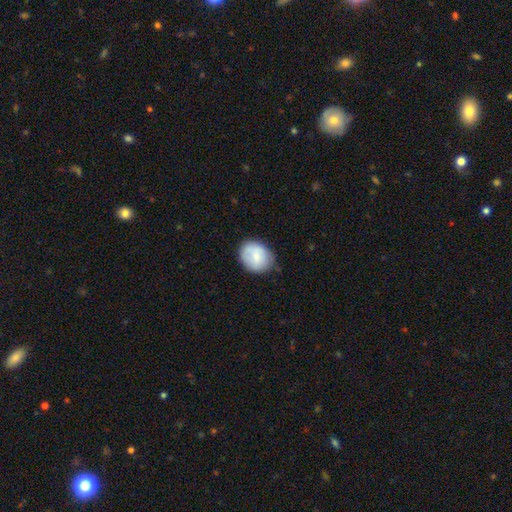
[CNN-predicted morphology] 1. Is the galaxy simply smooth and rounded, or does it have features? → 78% smooth, 15% featured or disk, 7% star or artifact.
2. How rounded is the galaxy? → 51% round, 48% in between, 1% cigar-shaped.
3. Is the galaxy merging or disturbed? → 70% none, 24% minor disturbance, 5% major disturbance, 2% merger.